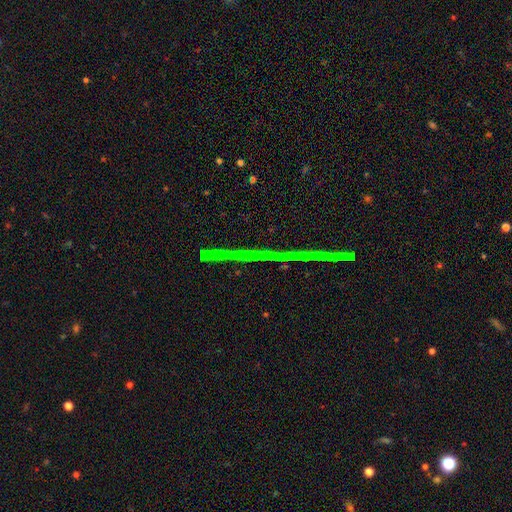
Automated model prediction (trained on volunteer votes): Smooth or featured?
  - star or artifact: 78% *
  - featured or disk: 14%
  - smooth: 8%